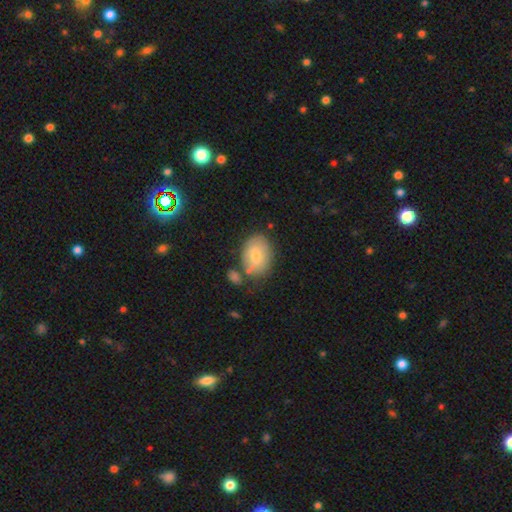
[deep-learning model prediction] A smooth galaxy with no disk features (74%) that is in between round and cigar-shaped (73%). Merging: none (63%).